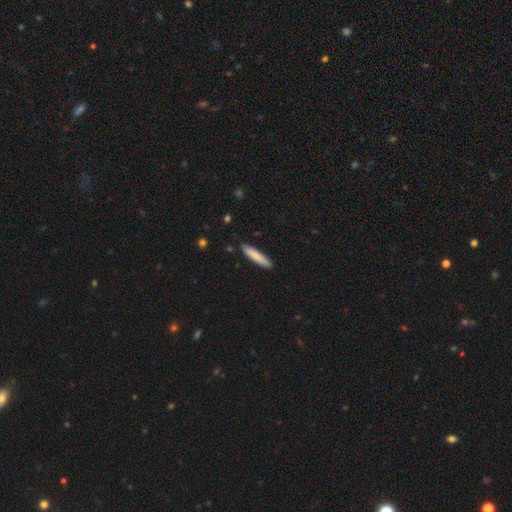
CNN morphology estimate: The model was most divided on "smooth or featured": smooth: 81%, featured or disk: 14%, star or artifact: 6%. More confident: merging — none (89%); how rounded — cigar-shaped (88%).